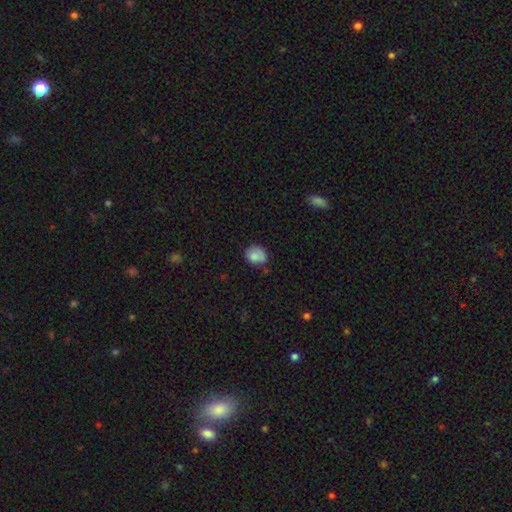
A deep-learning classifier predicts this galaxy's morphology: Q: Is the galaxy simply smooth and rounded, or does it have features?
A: smooth — 82%.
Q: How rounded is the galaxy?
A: round — 63%.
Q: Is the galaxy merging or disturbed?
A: none — 56%.